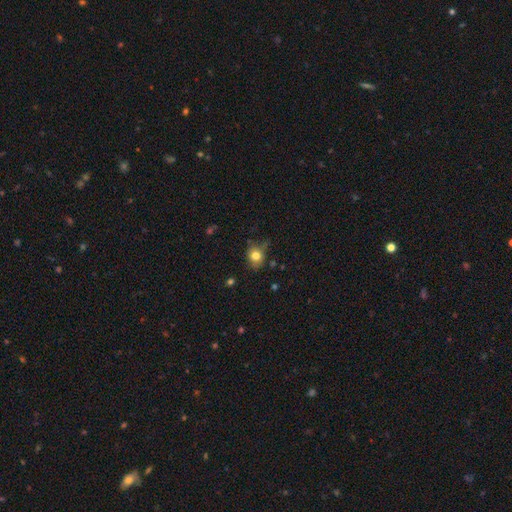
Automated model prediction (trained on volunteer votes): Overall: smooth (78%). How rounded: round (65%; in between 34%). Merging: none (65%; minor disturbance 25%).